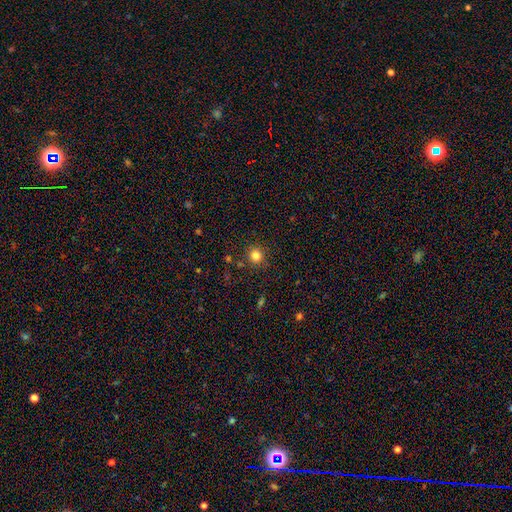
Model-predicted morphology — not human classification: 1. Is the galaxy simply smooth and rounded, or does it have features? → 82% smooth, 13% star or artifact, 5% featured or disk.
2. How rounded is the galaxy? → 91% round, 8% in between, 1% cigar-shaped.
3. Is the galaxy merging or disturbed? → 88% none, 7% minor disturbance, 3% major disturbance, 2% merger.